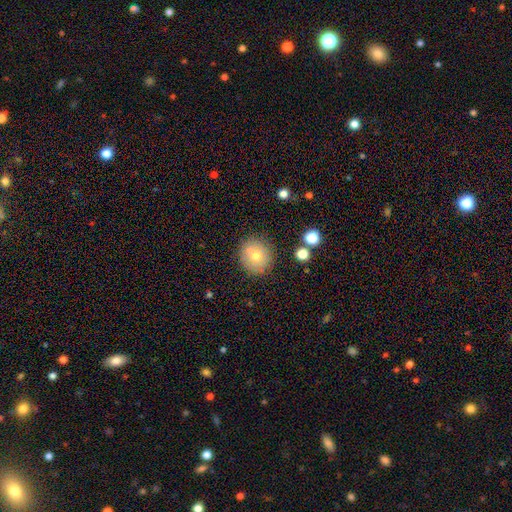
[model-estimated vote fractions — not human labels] This is likely a smooth galaxy (69%). How rounded: clearly round (91%). Merging: likely none (70%).